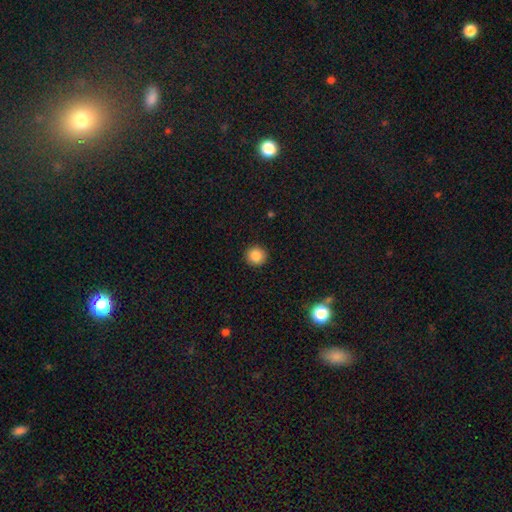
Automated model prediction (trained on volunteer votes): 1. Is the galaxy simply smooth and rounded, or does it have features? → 86% smooth, 9% star or artifact, 4% featured or disk.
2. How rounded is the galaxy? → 94% round, 5% in between, 1% cigar-shaped.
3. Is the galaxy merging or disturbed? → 92% none, 5% minor disturbance, 2% major disturbance, 1% merger.